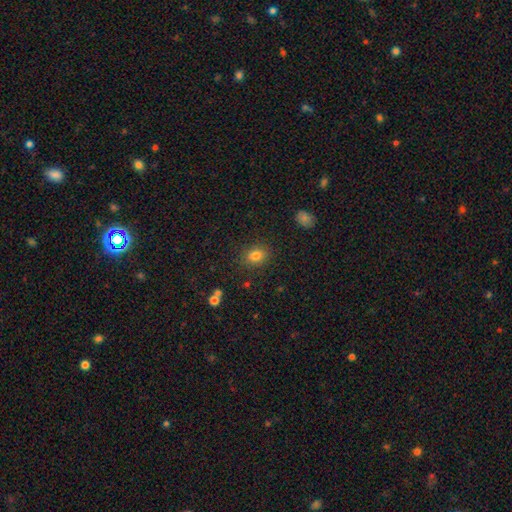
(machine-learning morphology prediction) smooth 81%, star or artifact 12%, featured or disk 7%. Down the decision tree: how rounded — in between (50%); merging — none (86%).